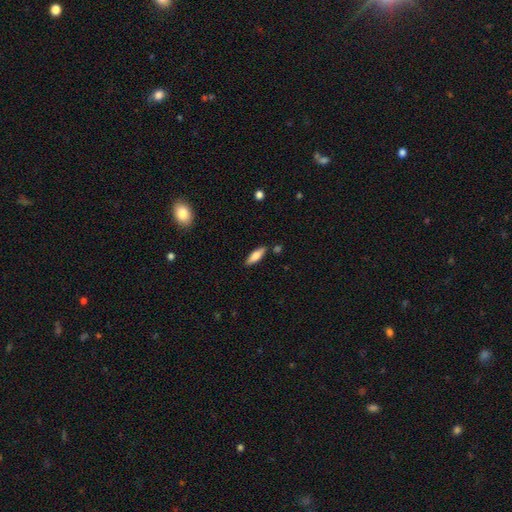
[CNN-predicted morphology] This is likely a smooth galaxy (73%). How rounded: possibly in between (54%). Merging: clearly none (84%).